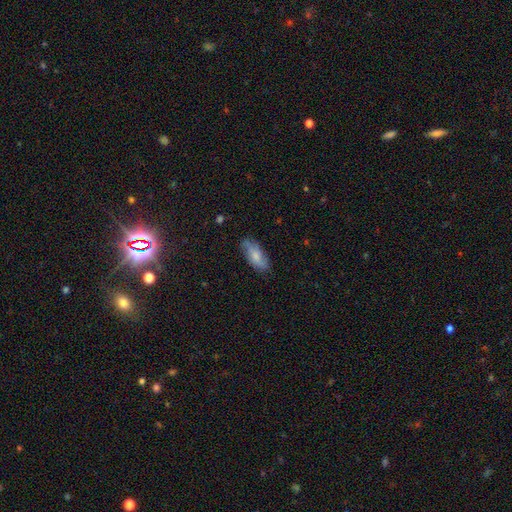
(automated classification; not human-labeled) Smooth or featured? smooth (70%)
How rounded? in between (82%)
Merging? none (74%)